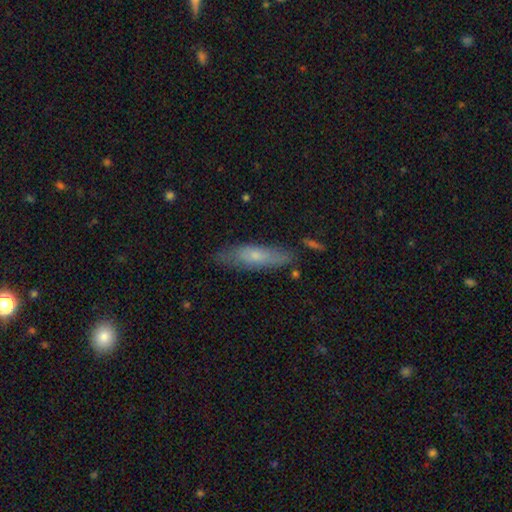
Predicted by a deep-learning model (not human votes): Q: Smooth or featured?
A: smooth (63%); runner-up: featured or disk (31%)
Q: How rounded?
A: cigar-shaped (63%); runner-up: in between (35%)
Q: Merging?
A: none (73%); runner-up: minor disturbance (19%)